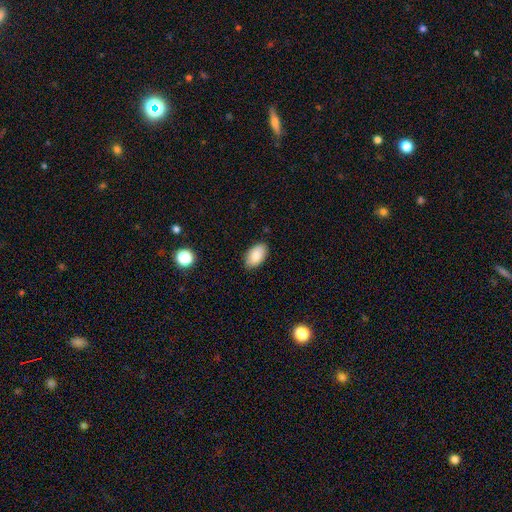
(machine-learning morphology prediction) The model was most divided on "merging": none: 87%, minor disturbance: 10%, major disturbance: 2%, merger: 1%. More confident: how rounded — in between (94%); smooth or featured — smooth (87%).